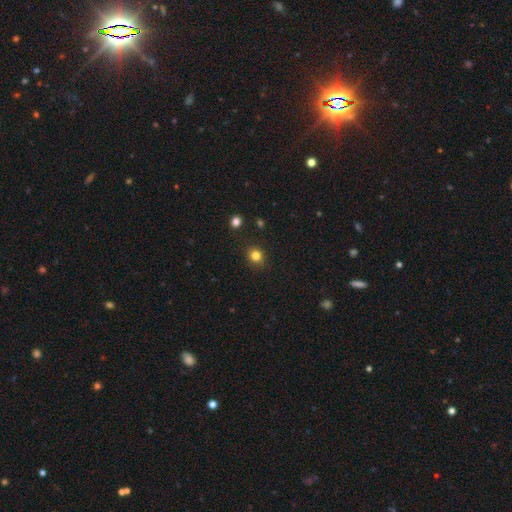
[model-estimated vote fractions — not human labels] Overall: smooth (82%). How rounded: round (79%). Merging: none (89%).